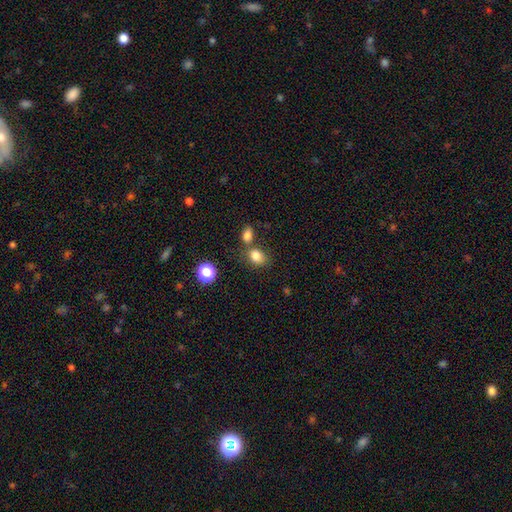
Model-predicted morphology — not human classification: Q: Smooth or featured?
A: smooth (81%); runner-up: star or artifact (12%)
Q: How rounded?
A: in between (64%); runner-up: round (35%)
Q: Merging?
A: none (57%); runner-up: merger (25%)